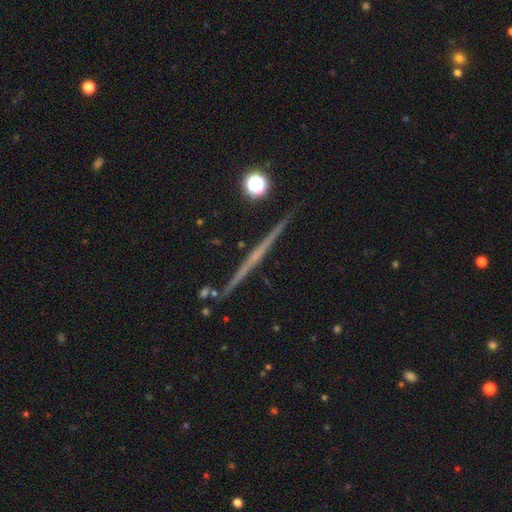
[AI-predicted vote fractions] smooth-or-featured: featured or disk: 71% | smooth: 18% | star or artifact: 11%
  disk-edge-on: yes: 97% | no: 3%
    edge-on-bulge: none: 69% | rounded: 24% | boxy: 7%
  merging: none: 88% | minor disturbance: 7% | merger: 3% | major disturbance: 2%